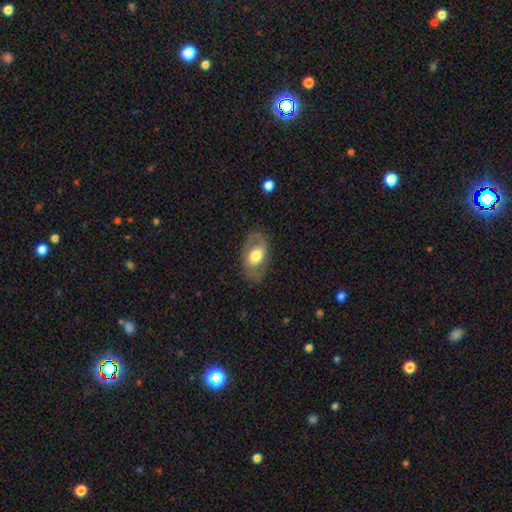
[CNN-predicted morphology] The model was most divided on "smooth or featured": smooth: 47%, featured or disk: 46%, star or artifact: 7%. More confident: merging — none (78%).